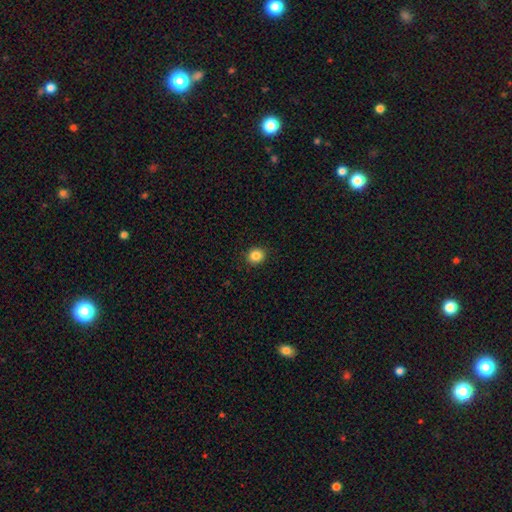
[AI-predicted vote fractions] Q: Smooth or featured?
A: smooth (85%); runner-up: star or artifact (11%)
Q: How rounded?
A: round (83%); runner-up: in between (16%)
Q: Merging?
A: none (92%); runner-up: minor disturbance (6%)